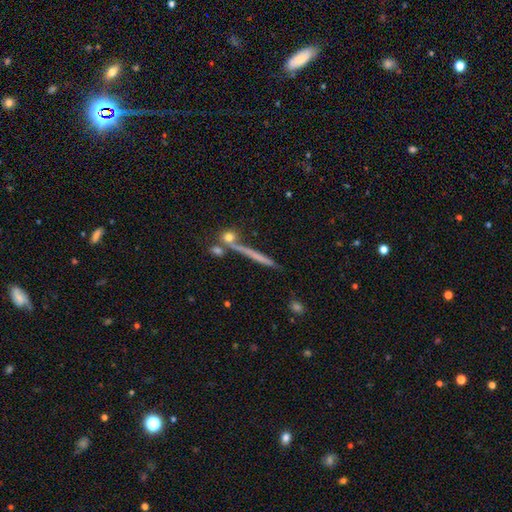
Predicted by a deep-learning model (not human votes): Morphology: type=featured or disk (48%); merging=none (73%).